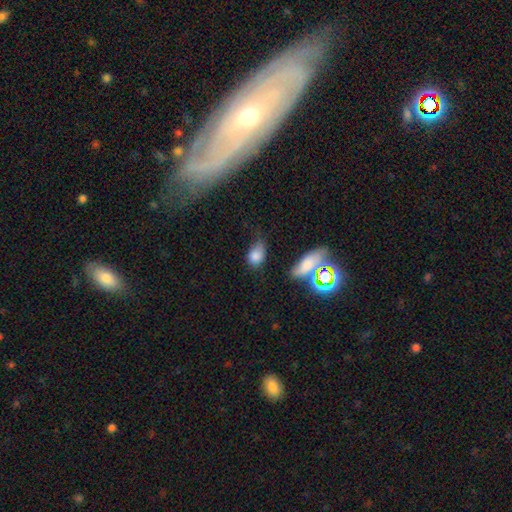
Overall: smooth (85%). How rounded: in between (71%). Merging: none (46%; minor disturbance 43%).